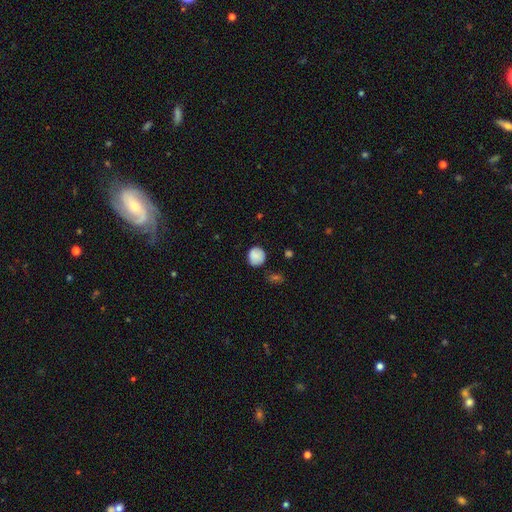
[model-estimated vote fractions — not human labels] This appears to be a smooth galaxy with no disk features (85%) that is round (80%). Merging: none (74%).